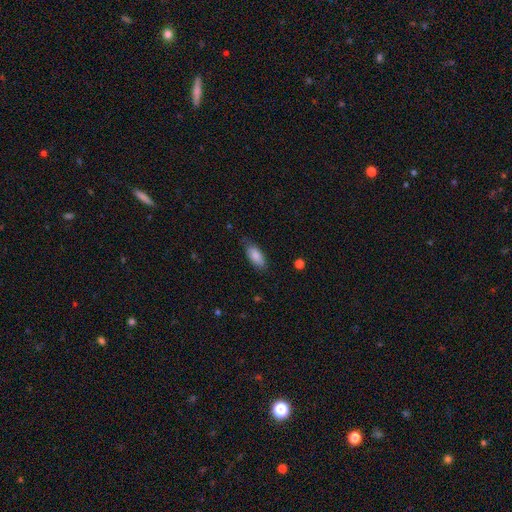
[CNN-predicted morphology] smooth 84%, featured or disk 10%, star or artifact 6%. Down the decision tree: how rounded — in between (86%); merging — none (73%).